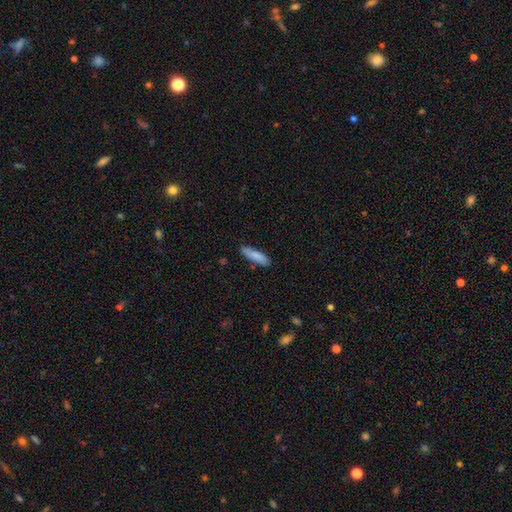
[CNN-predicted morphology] Smooth or featured? Predicted: smooth (p=0.85). How rounded? Predicted: cigar-shaped (p=0.70). Merging? Predicted: none (p=0.83).